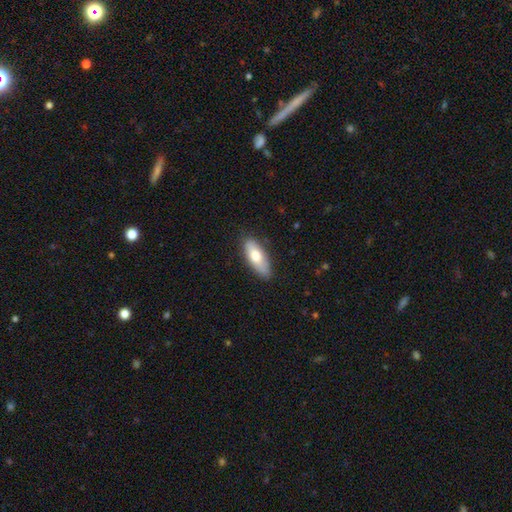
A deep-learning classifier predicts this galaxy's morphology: Smooth or featured? smooth (72%)
How rounded? in between (77%)
Merging? none (83%)